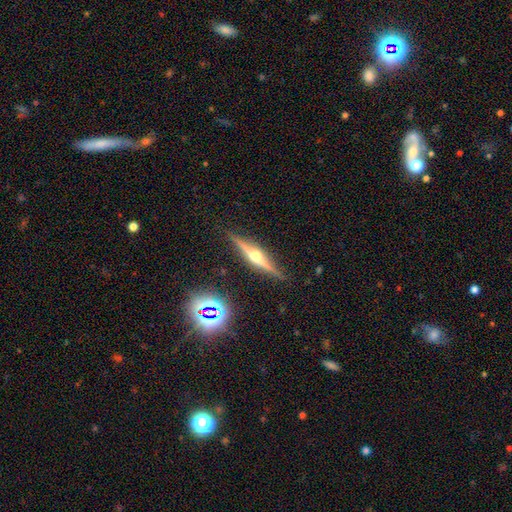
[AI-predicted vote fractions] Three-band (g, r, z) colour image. It shows a featured or disk galaxy (81%) viewed edge-on (98%) with a rounded central bulge (94%). Merging: none (90%).